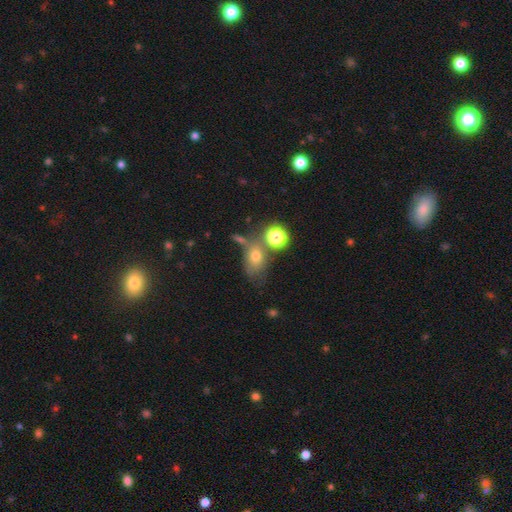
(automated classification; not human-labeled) Smooth or featured?
  - smooth: 68% *
  - featured or disk: 16%
  - star or artifact: 16%
How rounded?
  - in between: 69% *
  - round: 29%
  - cigar-shaped: 2%
Merging?
  - none: 46% *
  - merger: 23%
  - minor disturbance: 19%
  - major disturbance: 12%